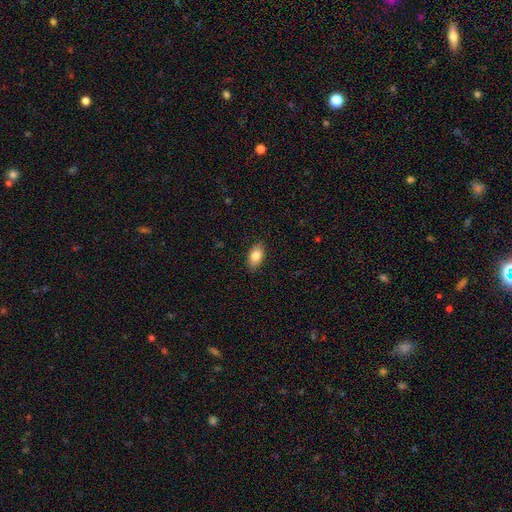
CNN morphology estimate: Smooth or featured? smooth (84%)
How rounded? in between (91%)
Merging? none (88%)